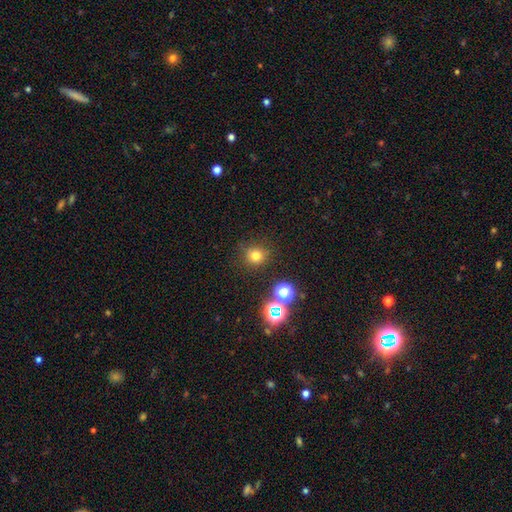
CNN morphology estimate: Q: Smooth or featured?
A: smooth (73%); runner-up: star or artifact (20%)
Q: How rounded?
A: round (91%); runner-up: in between (8%)
Q: Merging?
A: none (84%); runner-up: minor disturbance (9%)